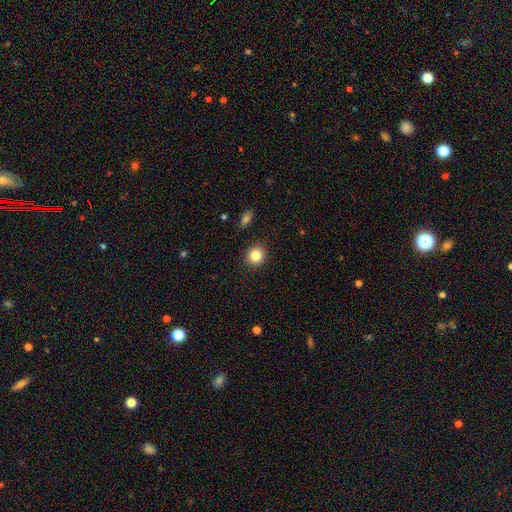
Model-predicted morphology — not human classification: smooth 84%, star or artifact 11%, featured or disk 6%. Down the decision tree: how rounded — round (87%); merging — none (90%).